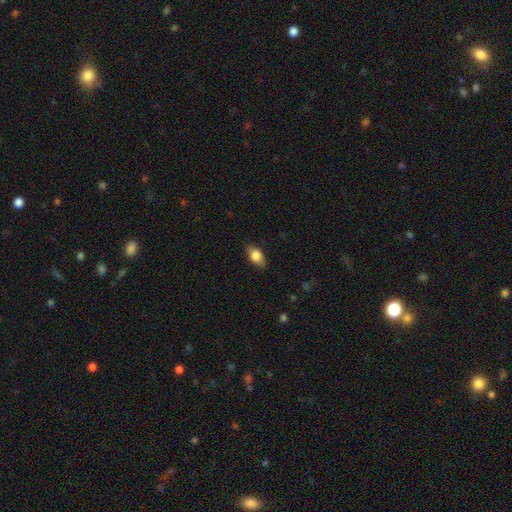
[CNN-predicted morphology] This is likely a smooth galaxy (80%). How rounded: clearly in between (86%). Merging: clearly none (82%).